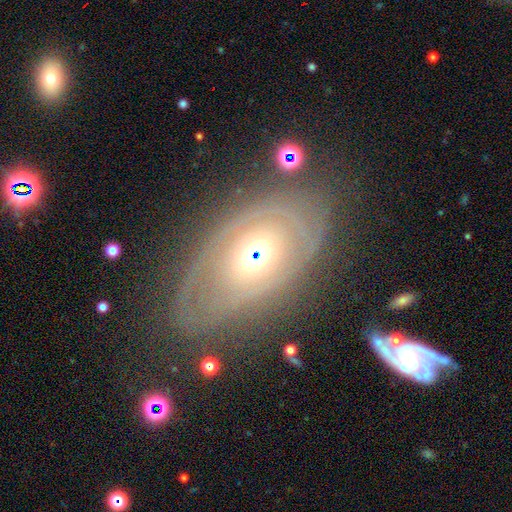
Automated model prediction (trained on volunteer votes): Smooth or featured? Predicted: featured or disk (p=0.64). Edge-on disk? Predicted: no (p=0.89). Bar? Predicted: no (p=0.86). Spiral arms? Predicted: no (p=0.60). Bulge size? Predicted: moderate (p=0.53). Merging? Predicted: none (p=0.72).